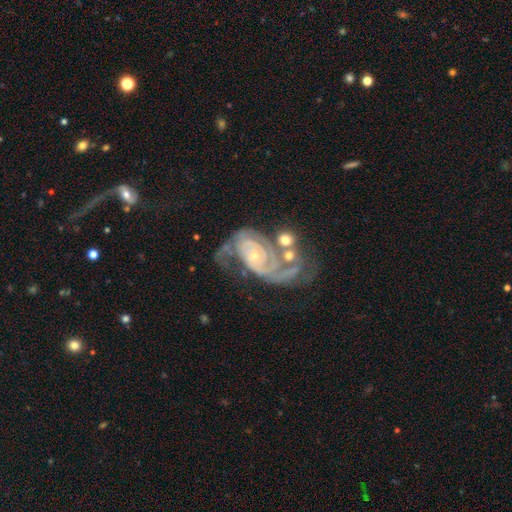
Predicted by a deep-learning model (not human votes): A featured or disk galaxy (89%) with no bar (70%), 2 (64%) tight (53%) spiral arms (97%) and a small central bulge (78%).

Vote fractions:
- Smooth or featured? featured or disk: 89% / star or artifact: 6% / smooth: 5%
- Edge-on disk? no: 97% / yes: 3%
- Bar? no: 70% / weak: 22% / strong: 7%
- Spiral arms? yes: 97% / no: 3%
- Spiral winding? tight: 53% / medium: 36% / loose: 11%
- Spiral arm count? 2: 64% / can't tell: 13% / 3: 11% / 1: 5% / 4: 4% / more than 4: 3%
- Bulge size? small: 78% / moderate: 16% / none: 3% / large: 1% / dominant: 1%
- Merging? none: 39% / major disturbance: 25% / minor disturbance: 19% / merger: 18%